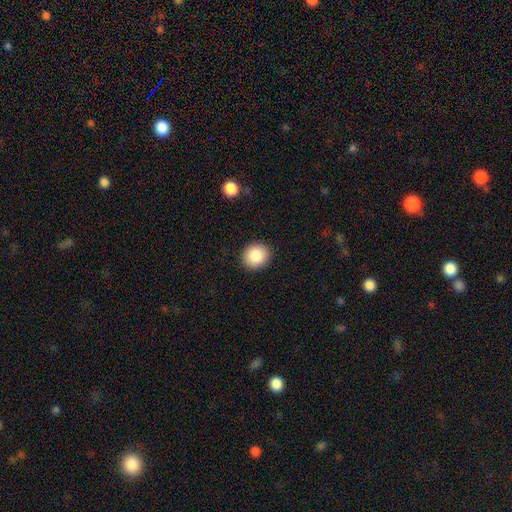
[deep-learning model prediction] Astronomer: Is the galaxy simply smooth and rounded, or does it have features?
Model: smooth — 86%.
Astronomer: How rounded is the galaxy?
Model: round — 81%.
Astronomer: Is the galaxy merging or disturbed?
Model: none — 91%.